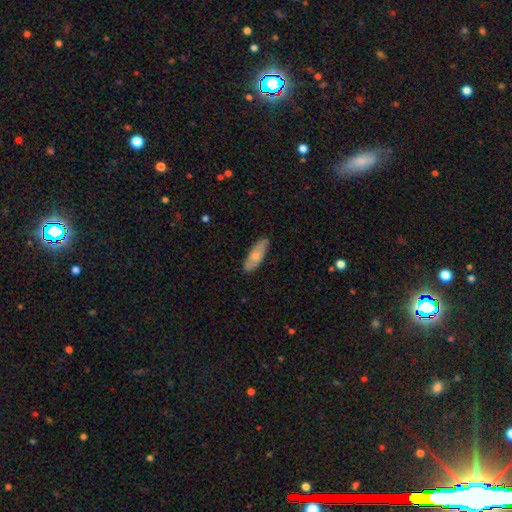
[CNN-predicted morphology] smooth 63%, featured or disk 31%, star or artifact 6%. Down the decision tree: how rounded — in between (70%); merging — none (76%).